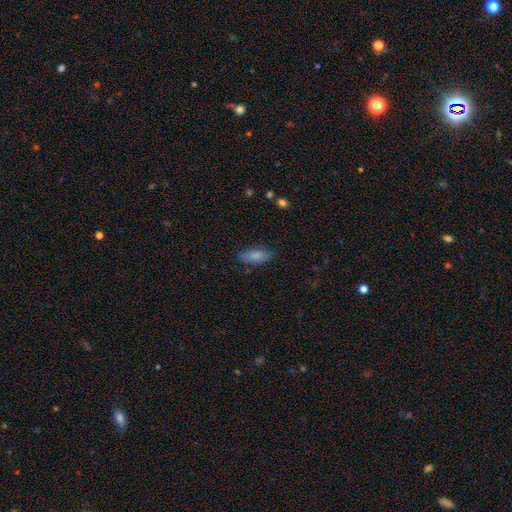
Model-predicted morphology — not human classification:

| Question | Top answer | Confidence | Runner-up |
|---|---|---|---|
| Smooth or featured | smooth | 82% | featured or disk (11%) |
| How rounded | in between | 72% | cigar-shaped (25%) |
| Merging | none | 77% | minor disturbance (18%) |